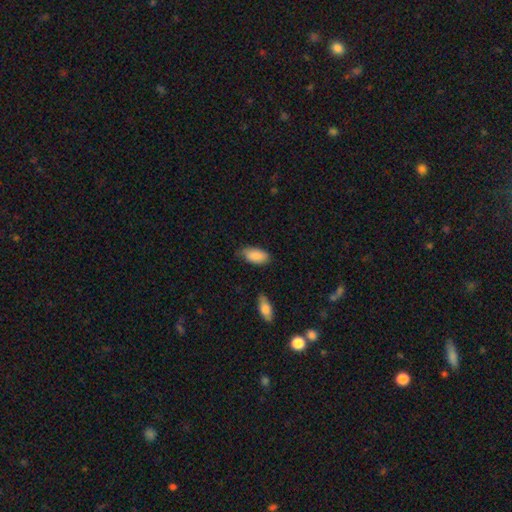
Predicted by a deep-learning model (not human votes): Smooth or featured?
  - smooth: 87% *
  - featured or disk: 7%
  - star or artifact: 6%
How rounded?
  - in between: 93% *
  - cigar-shaped: 5%
  - round: 2%
Merging?
  - none: 68% *
  - minor disturbance: 26%
  - major disturbance: 4%
  - merger: 2%